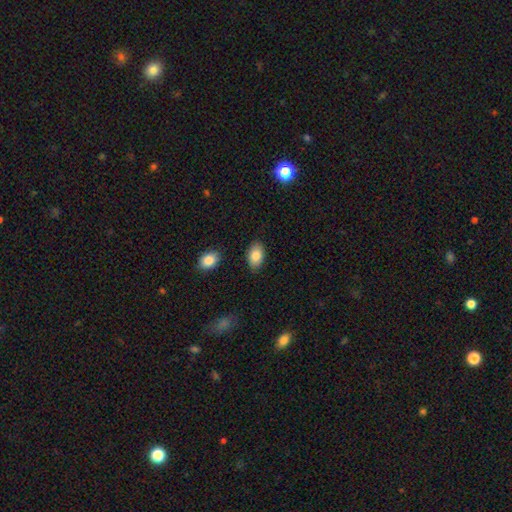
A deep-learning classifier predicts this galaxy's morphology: smooth_or_featured: smooth (p=0.85) [alt: featured or disk p=0.08]
how_rounded: in between (p=0.91) [alt: round p=0.07]
merging: none (p=0.84) [alt: minor disturbance p=0.11]